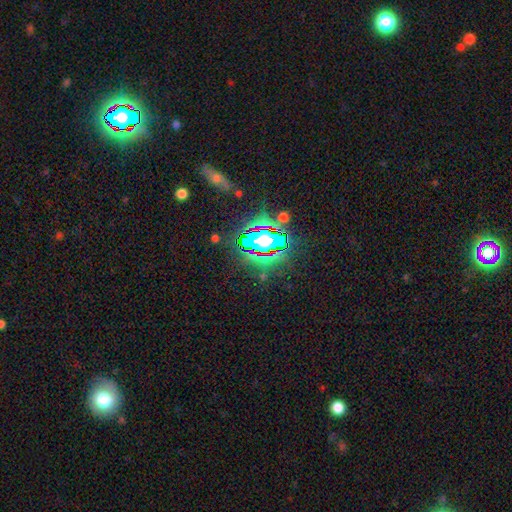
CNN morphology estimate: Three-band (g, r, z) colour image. It shows a star or artifact, not a galaxy (80%).